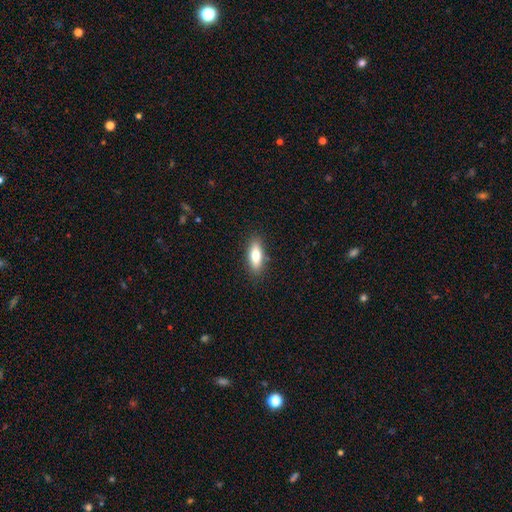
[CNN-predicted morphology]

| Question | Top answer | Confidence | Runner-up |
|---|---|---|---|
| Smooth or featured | smooth | 76% | featured or disk (18%) |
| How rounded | in between | 66% | cigar-shaped (31%) |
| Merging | none | 88% | minor disturbance (9%) |